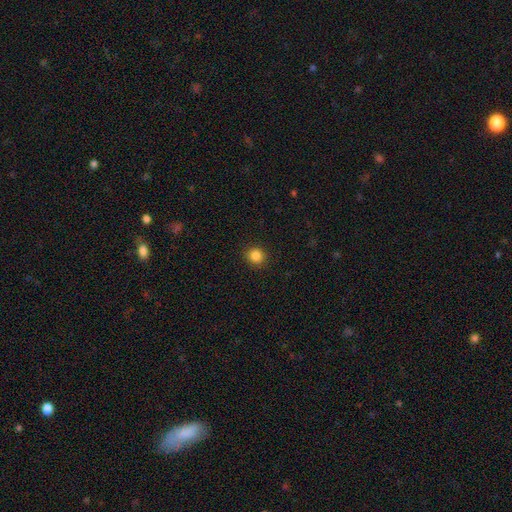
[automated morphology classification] type=smooth (85%); roundness=round (88%); merging=none (91%).